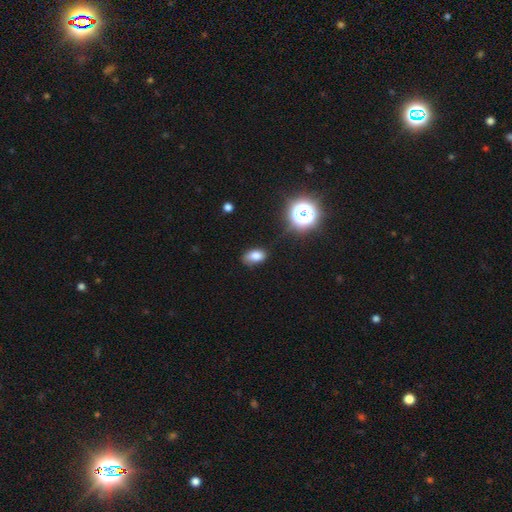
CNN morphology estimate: The model was most divided on "merging": none: 71%, minor disturbance: 21%, major disturbance: 5%, merger: 2%. More confident: how rounded — in between (87%); smooth or featured — smooth (79%).